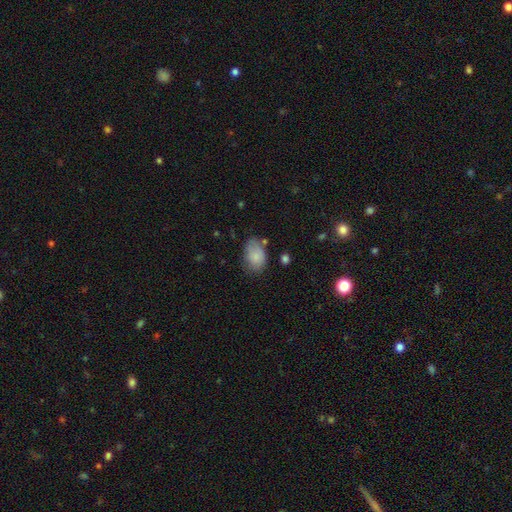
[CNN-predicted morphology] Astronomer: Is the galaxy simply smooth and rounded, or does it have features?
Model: smooth — 83%.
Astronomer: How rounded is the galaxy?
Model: in between — 86%.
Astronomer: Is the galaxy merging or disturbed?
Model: none — 62%.